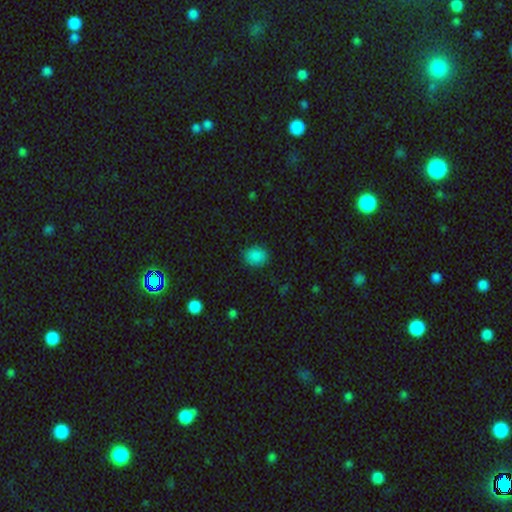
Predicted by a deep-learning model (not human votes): smooth-or-featured: smooth: 87% | star or artifact: 10% | featured or disk: 3%
  how-rounded: in between: 52% | round: 47% | cigar-shaped: 1%
  merging: none: 86% | minor disturbance: 10% | major disturbance: 3% | merger: 1%